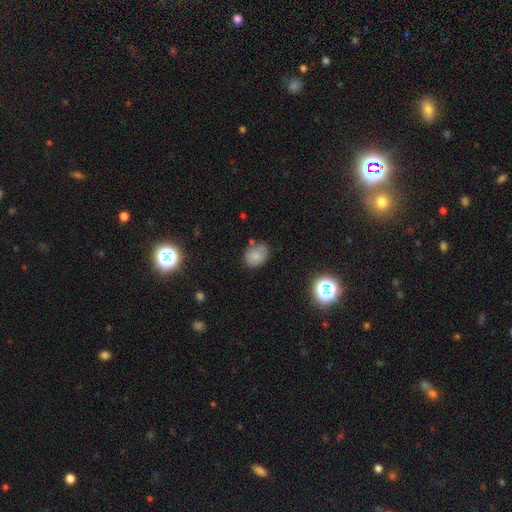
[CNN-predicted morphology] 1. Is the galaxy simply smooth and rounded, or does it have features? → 78% smooth, 12% star or artifact, 10% featured or disk.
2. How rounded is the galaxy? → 62% in between, 36% round, 1% cigar-shaped.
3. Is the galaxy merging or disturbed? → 66% none, 23% minor disturbance, 6% merger, 5% major disturbance.